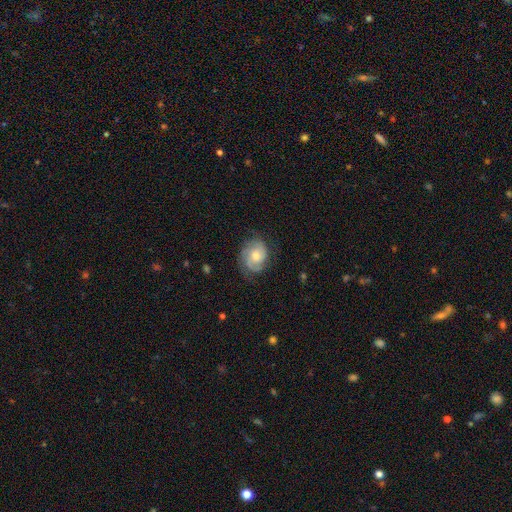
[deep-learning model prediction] This is likely a featured or disk galaxy (67%). It is clearly not viewed edge-on (97%). Bar: likely no (72%). Spiral arm pattern: clearly yes (91%). Spiral arm count: marginally 2 (43%). Spiral winding: possibly tight (49%). Central bulge: possibly moderate (59%). Merging: likely none (69%).